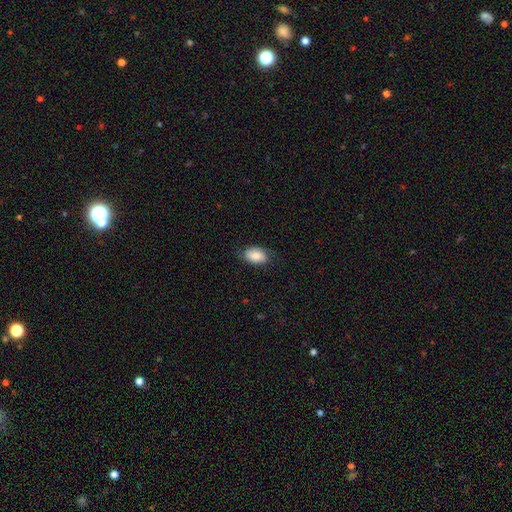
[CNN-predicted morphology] type=smooth (82%); roundness=in between (92%); merging=none (75%).